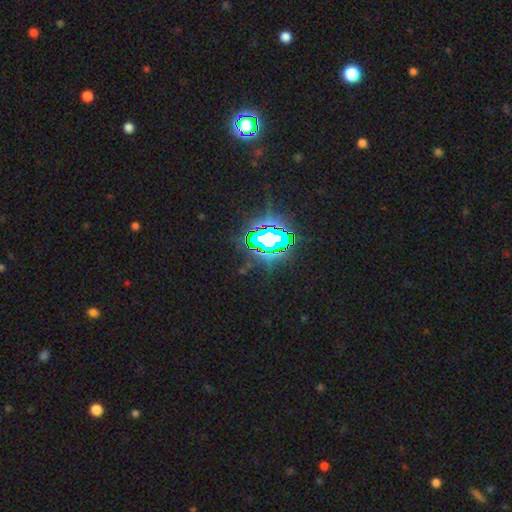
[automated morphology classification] Smooth or featured? Predicted: star or artifact (p=0.83).